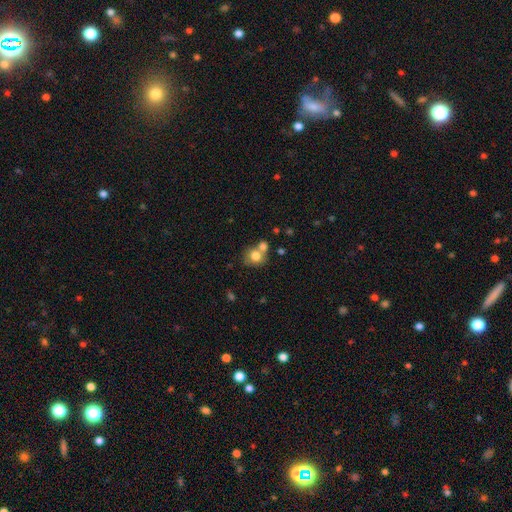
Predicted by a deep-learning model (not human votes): The model was most divided on "merging": merger: 44%, none: 42%, minor disturbance: 10%, major disturbance: 5%. More confident: smooth or featured — smooth (77%); how rounded — round (75%).